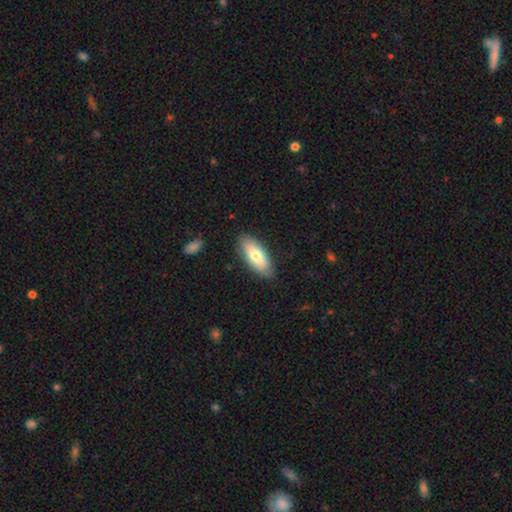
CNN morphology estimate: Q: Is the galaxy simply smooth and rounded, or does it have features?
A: smooth — 69%.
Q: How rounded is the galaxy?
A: in between — 80%.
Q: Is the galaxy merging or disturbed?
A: none — 85%.